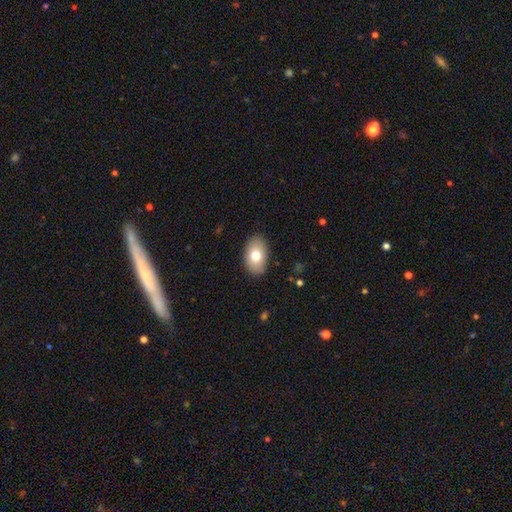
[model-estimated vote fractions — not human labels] Morphology: type=smooth (77%); roundness=in between (92%); merging=none (87%).